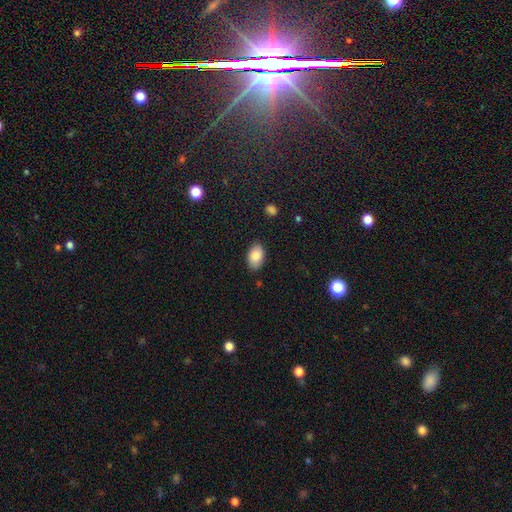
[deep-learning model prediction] This is clearly a smooth galaxy (86%). How rounded: clearly in between (90%). Merging: clearly none (83%).